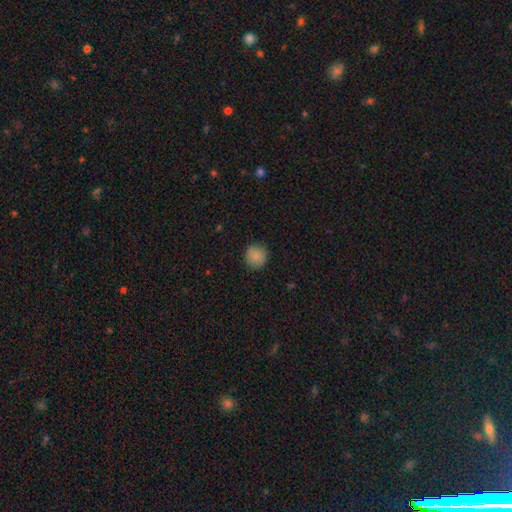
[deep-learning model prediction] Smooth or featured? smooth (87%)
How rounded? round (92%)
Merging? none (87%)